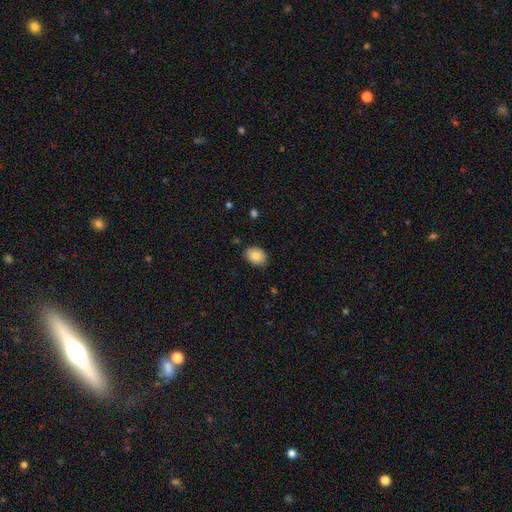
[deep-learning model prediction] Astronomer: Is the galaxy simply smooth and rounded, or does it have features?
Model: smooth — 85%.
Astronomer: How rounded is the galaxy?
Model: in between — 74%.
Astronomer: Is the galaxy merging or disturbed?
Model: none — 84%.